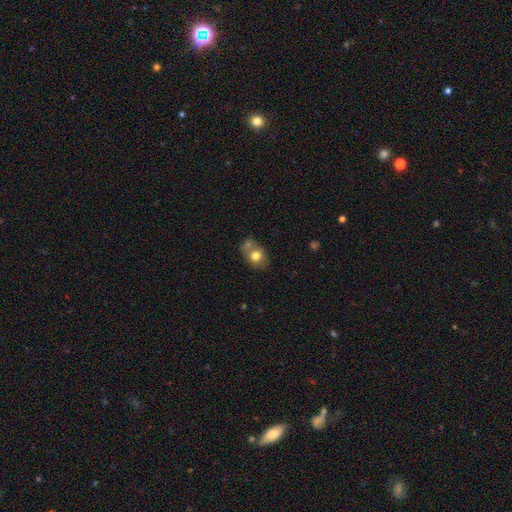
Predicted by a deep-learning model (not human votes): smooth_or_featured: smooth (p=0.75) [alt: featured or disk p=0.15]
how_rounded: round (p=0.55) [alt: in between p=0.44]
merging: none (p=0.47) [alt: merger p=0.31]